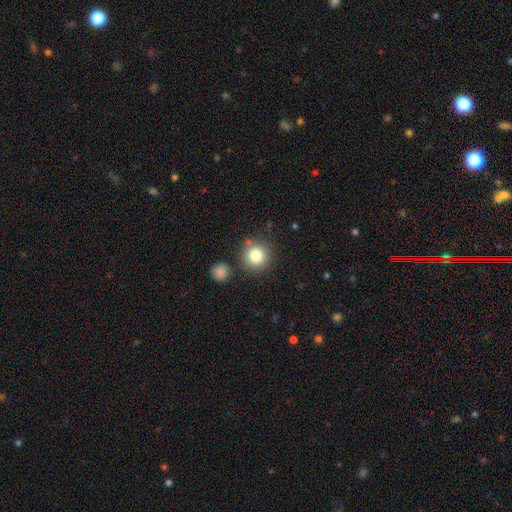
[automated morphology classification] Smooth or featured? Predicted: smooth (p=0.82). How rounded? Predicted: round (p=0.93). Merging? Predicted: none (p=0.80).